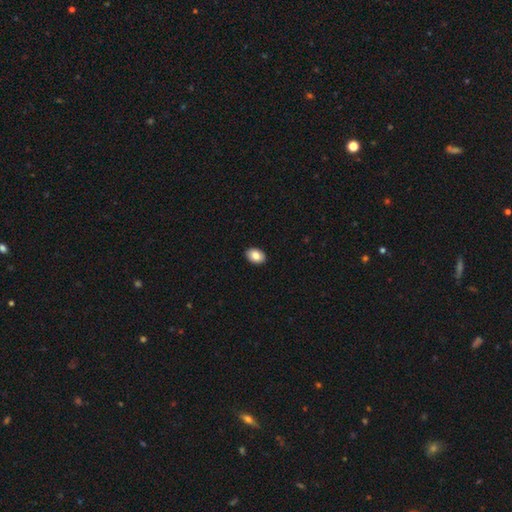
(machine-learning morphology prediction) A smooth galaxy with no disk features (82%) that is in between round and cigar-shaped (80%). Merging: none (91%).